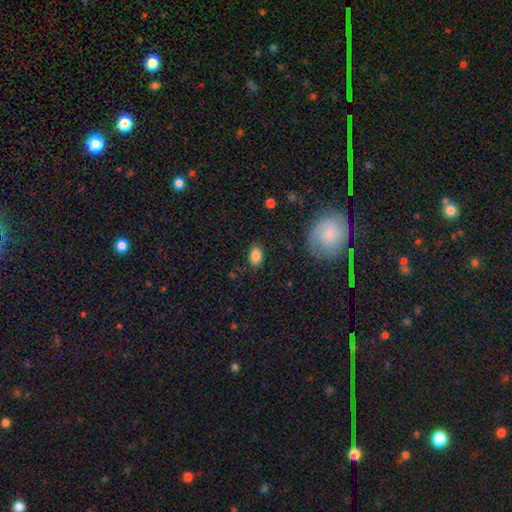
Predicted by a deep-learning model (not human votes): Smooth or featured? smooth (85%)
How rounded? in between (87%)
Merging? none (85%)